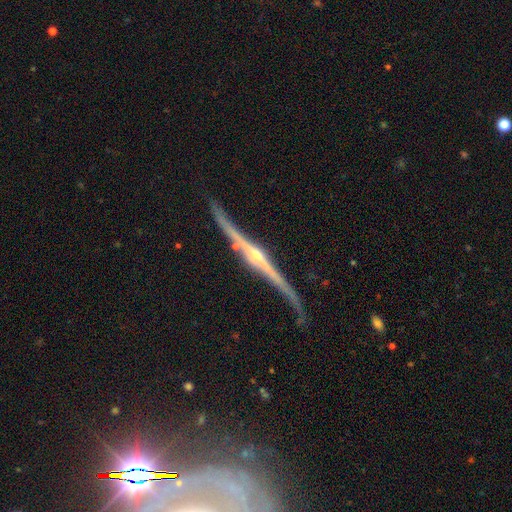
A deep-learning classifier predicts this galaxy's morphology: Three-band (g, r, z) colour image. It shows a featured or disk galaxy (87%) viewed edge-on (98%) with a rounded central bulge (82%). Merging: none (81%).